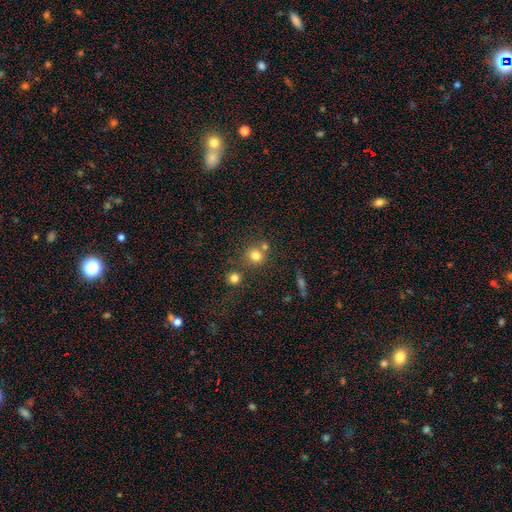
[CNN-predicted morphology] This appears to be a smooth galaxy with no disk features (77%) that is round (89%). Merging: none (64%).